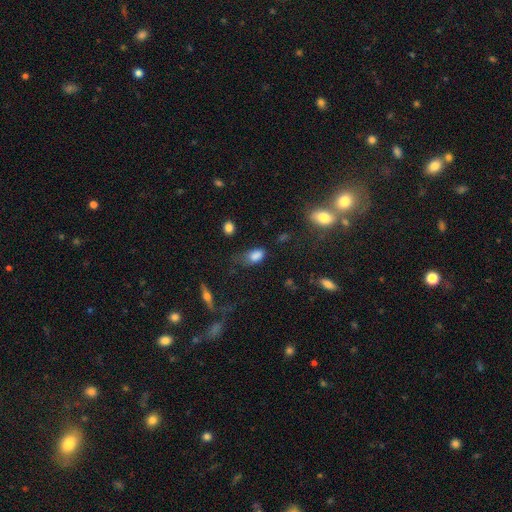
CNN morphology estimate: This appears to be a smooth galaxy with no disk features (79%) that is in between round and cigar-shaped (87%). Merging: none (37%).